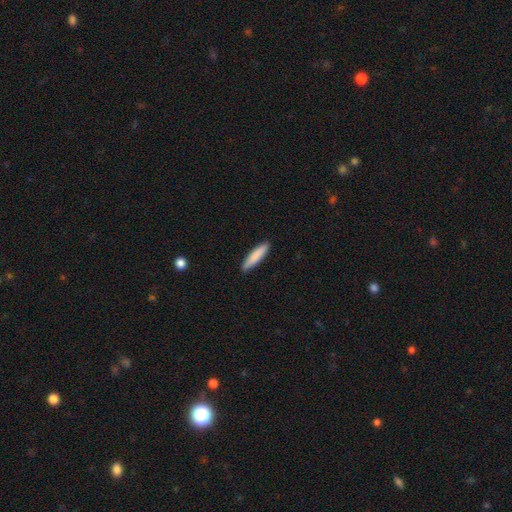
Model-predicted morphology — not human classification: Smooth or featured? smooth (85%)
How rounded? cigar-shaped (81%)
Merging? none (90%)